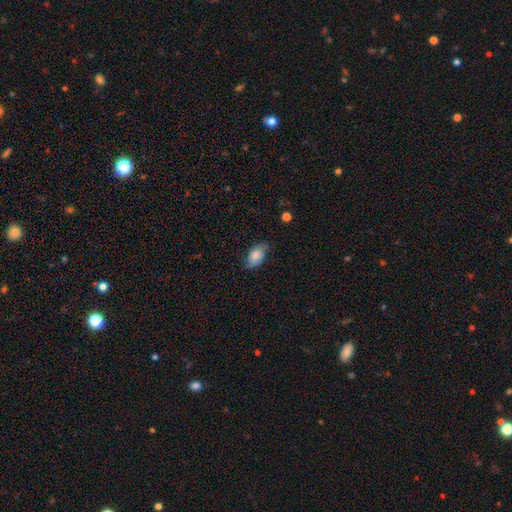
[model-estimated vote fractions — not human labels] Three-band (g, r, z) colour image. It shows a smooth galaxy with no disk features (76%) that is in between round and cigar-shaped (91%). Merging: none (67%).